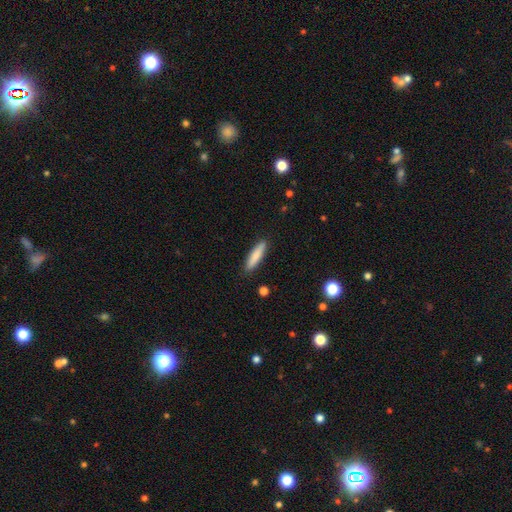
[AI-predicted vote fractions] The model was most divided on "how rounded": cigar-shaped: 82%, in between: 17%, round: 1%. More confident: merging — none (89%); smooth or featured — smooth (82%).